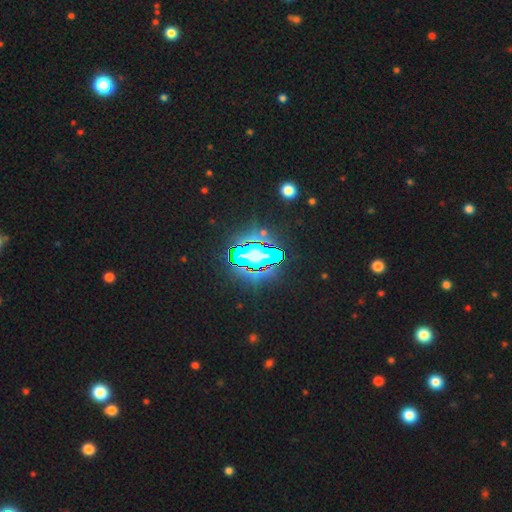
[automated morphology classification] Smooth or featured? star or artifact (66%)